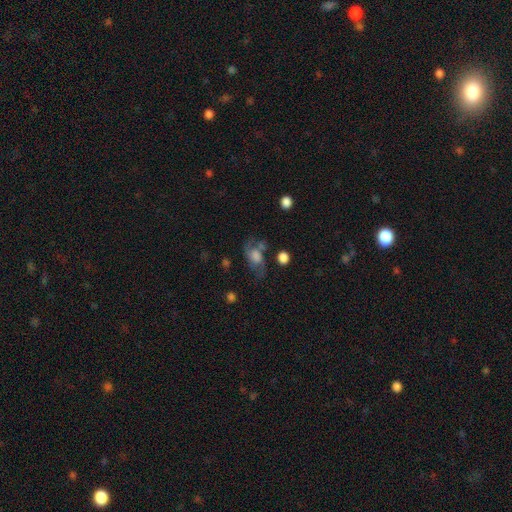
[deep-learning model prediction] Smooth or featured? featured or disk (45%)
Merging? none (46%)